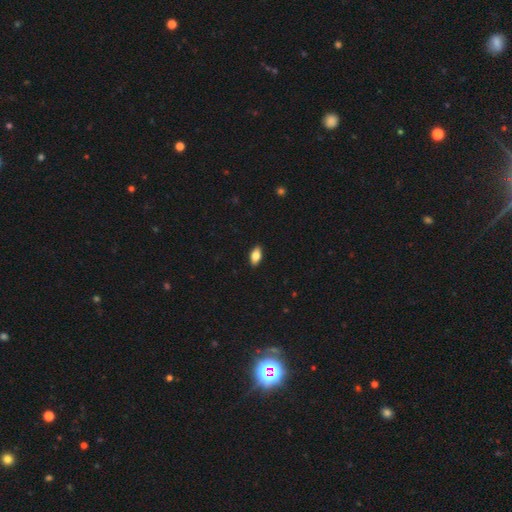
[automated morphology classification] Smooth or featured? Predicted: smooth (p=0.79). How rounded? Predicted: in between (p=0.90). Merging? Predicted: none (p=0.89).